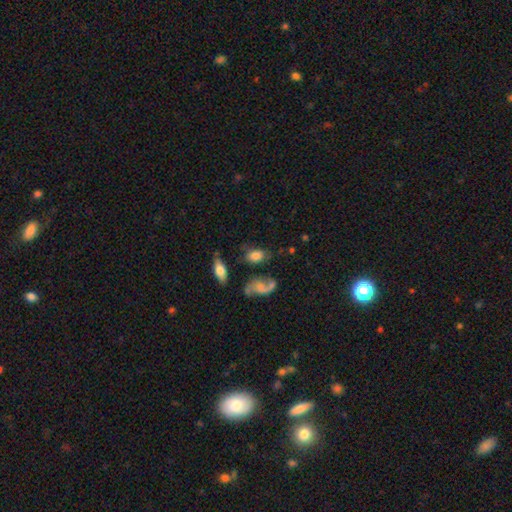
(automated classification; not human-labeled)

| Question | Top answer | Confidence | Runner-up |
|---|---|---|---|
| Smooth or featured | smooth | 72% | featured or disk (19%) |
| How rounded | in between | 82% | round (15%) |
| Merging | none | 62% | minor disturbance (20%) |